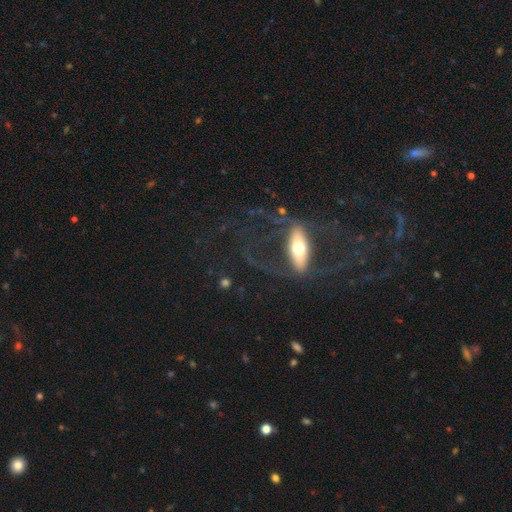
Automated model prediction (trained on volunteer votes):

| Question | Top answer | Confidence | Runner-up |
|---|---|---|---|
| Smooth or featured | featured or disk | 73% | star or artifact (13%) |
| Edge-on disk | no | 53% | yes (47%) |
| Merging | none | 54% | major disturbance (29%) |